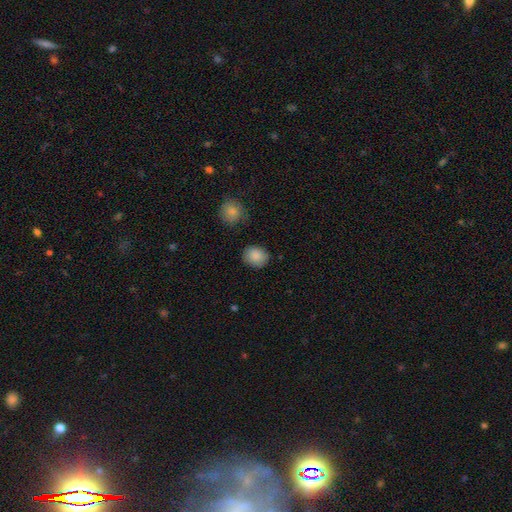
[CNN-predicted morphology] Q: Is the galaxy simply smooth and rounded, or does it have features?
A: smooth — 88%.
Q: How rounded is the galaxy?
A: round — 66%.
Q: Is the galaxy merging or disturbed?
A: none — 82%.